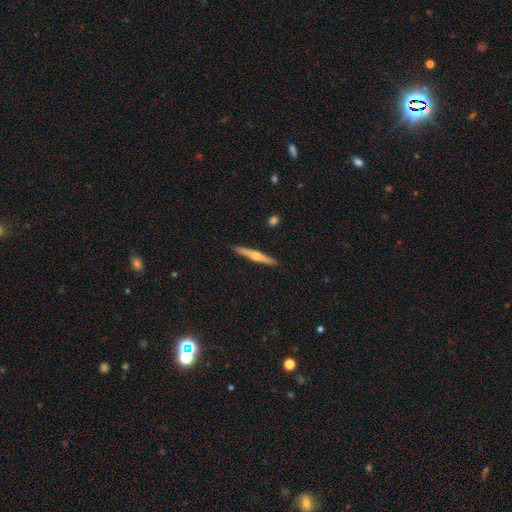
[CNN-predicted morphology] The model was most divided on "smooth or featured": featured or disk: 62%, smooth: 32%, star or artifact: 5%. More confident: edge-on disk — yes (97%); merging — none (91%); edge-on bulge — rounded (90%).